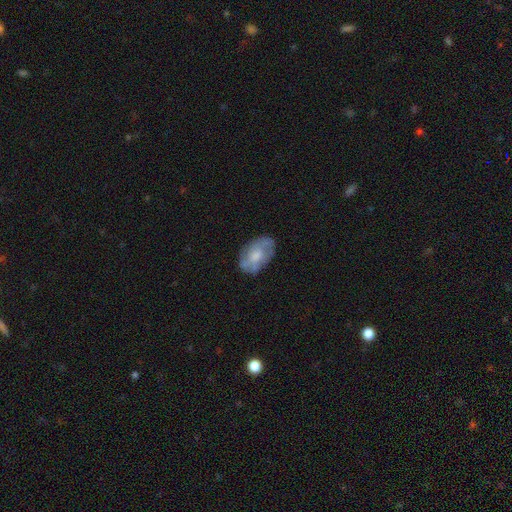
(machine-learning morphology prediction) featured or disk 48%, smooth 45%, star or artifact 7%. Down the decision tree: merging — none (69%).